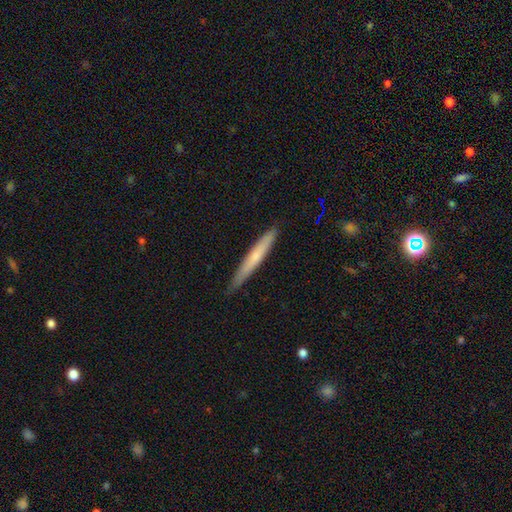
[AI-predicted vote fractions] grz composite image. It shows a smooth galaxy with no disk features (56%) that is cigar-shaped (96%). Merging: none (87%).